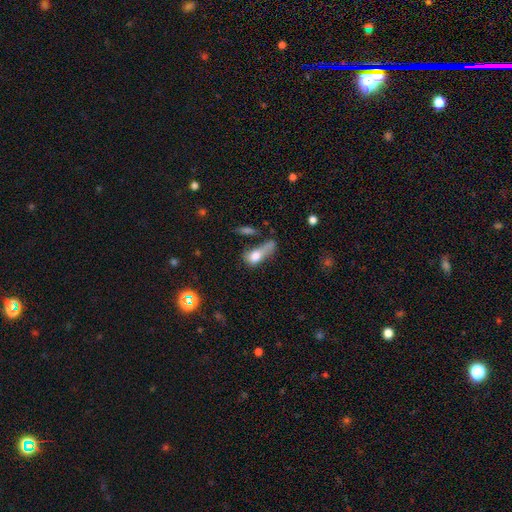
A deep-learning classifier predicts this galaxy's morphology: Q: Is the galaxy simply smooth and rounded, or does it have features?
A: smooth — 70%.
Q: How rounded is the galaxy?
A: in between — 68%.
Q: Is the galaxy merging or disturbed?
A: major disturbance — 36%.